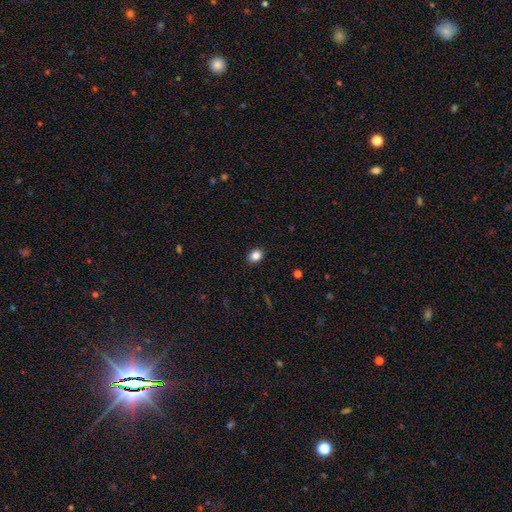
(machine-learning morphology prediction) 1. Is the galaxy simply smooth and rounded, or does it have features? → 86% smooth, 10% star or artifact, 5% featured or disk.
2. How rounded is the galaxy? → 62% in between, 37% round, 1% cigar-shaped.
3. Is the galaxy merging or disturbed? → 89% none, 8% minor disturbance, 2% major disturbance, 1% merger.